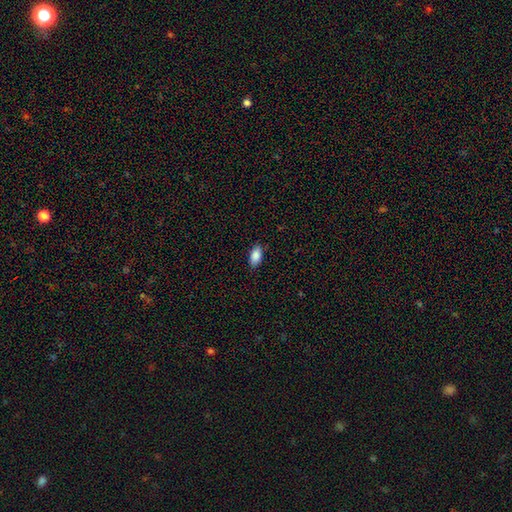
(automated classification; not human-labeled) Smooth or featured: smooth — 88% (star or artifact — 7%)
How rounded: in between — 91% (cigar-shaped — 6%)
Merging: none — 85% (minor disturbance — 11%)